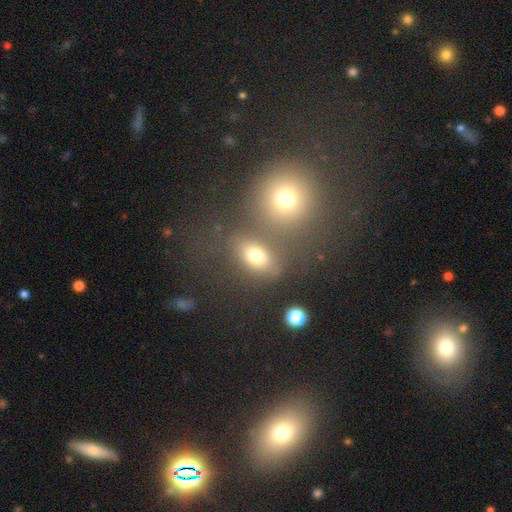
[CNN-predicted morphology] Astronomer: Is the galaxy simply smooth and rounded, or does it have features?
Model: smooth — 73%.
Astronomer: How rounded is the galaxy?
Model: in between — 69%.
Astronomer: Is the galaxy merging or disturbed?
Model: none — 59%.